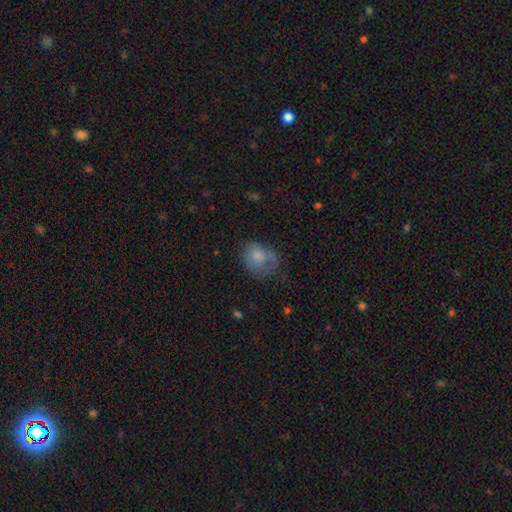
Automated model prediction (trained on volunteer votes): Smooth or featured?
  - smooth: 62% *
  - featured or disk: 25%
  - star or artifact: 13%
How rounded?
  - in between: 50% *
  - round: 49%
  - cigar-shaped: 1%
Merging?
  - none: 44% *
  - minor disturbance: 29%
  - major disturbance: 24%
  - merger: 3%